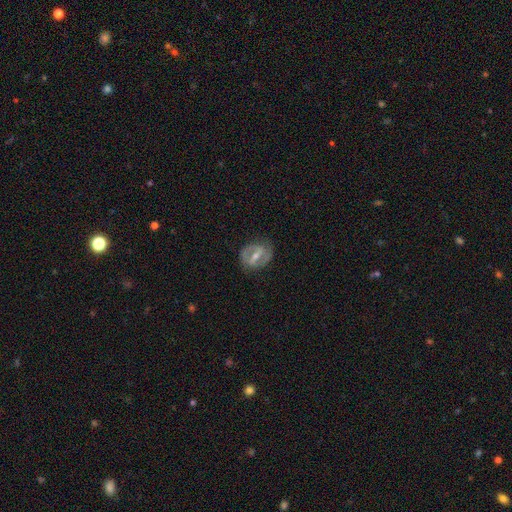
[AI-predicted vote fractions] Smooth or featured?
  - featured or disk: 74% *
  - smooth: 19%
  - star or artifact: 7%
Edge-on disk?
  - no: 95% *
  - yes: 5%
Bar?
  - strong: 48% *
  - weak: 37%
  - no: 15%
Spiral arms?
  - yes: 70% *
  - no: 30%
Bulge size?
  - moderate: 54% *
  - small: 40%
  - large: 3%
  - none: 2%
  - dominant: 1%
Merging?
  - none: 79% *
  - minor disturbance: 14%
  - major disturbance: 5%
  - merger: 1%